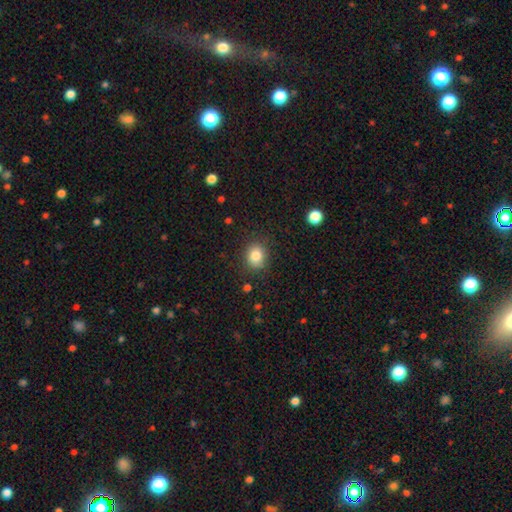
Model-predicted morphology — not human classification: Smooth or featured? smooth (83%)
How rounded? round (61%)
Merging? none (84%)